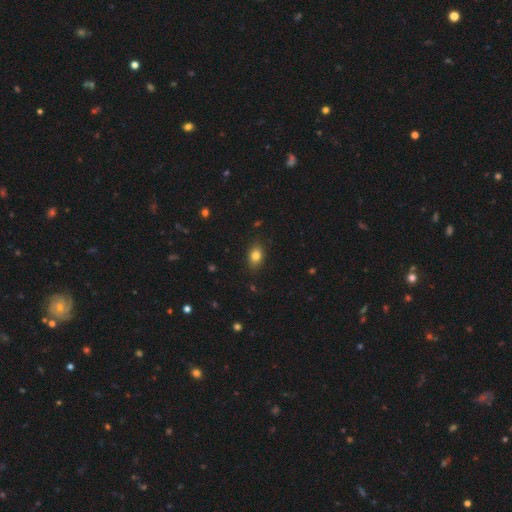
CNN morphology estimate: Overall: smooth (81%). How rounded: in between (77%). Merging: none (86%).